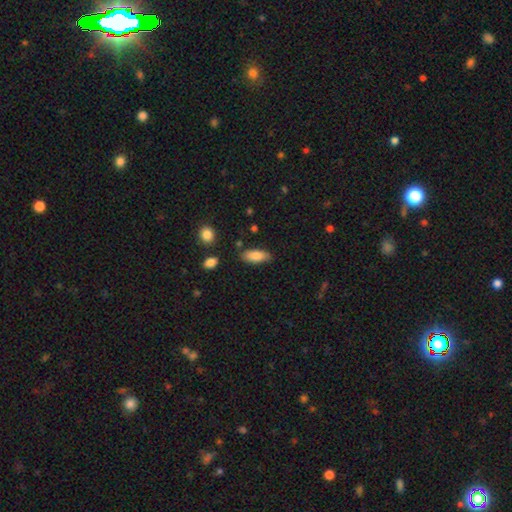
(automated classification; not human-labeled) Smooth or featured? Predicted: smooth (p=0.83). How rounded? Predicted: in between (p=0.81). Merging? Predicted: none (p=0.81).